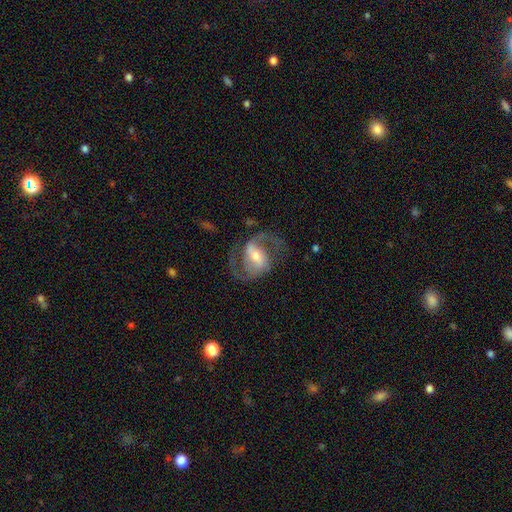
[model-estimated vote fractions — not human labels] Overall: featured or disk (87%). Edge-on disk: no (97%). Bar: strong (44%; weak 39%). Spiral arms: yes (95%). Spiral arm count: 2 (92%). Spiral winding: medium (56%; loose 30%). Bulge size: moderate (54%; small 38%). Merging: none (74%).